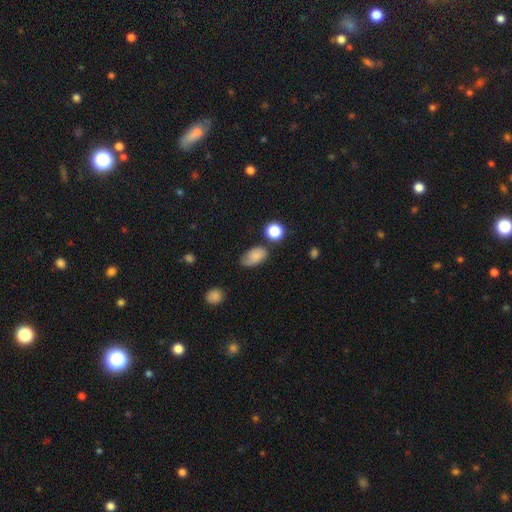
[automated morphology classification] This appears to be a smooth galaxy with no disk features (75%) that is in between round and cigar-shaped (88%). Merging: none (58%).